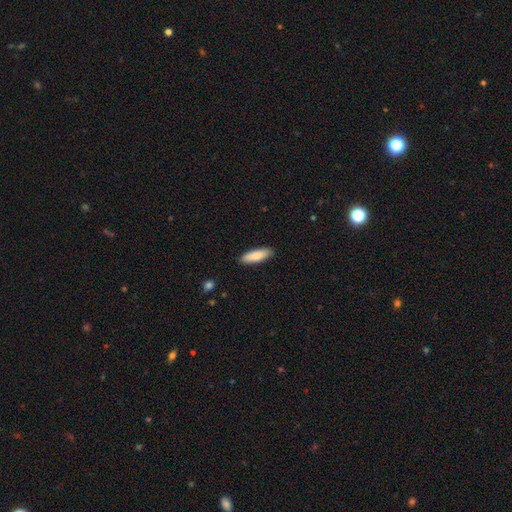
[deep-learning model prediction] Morphology: type=smooth (85%); roundness=cigar-shaped (53%); merging=none (89%).